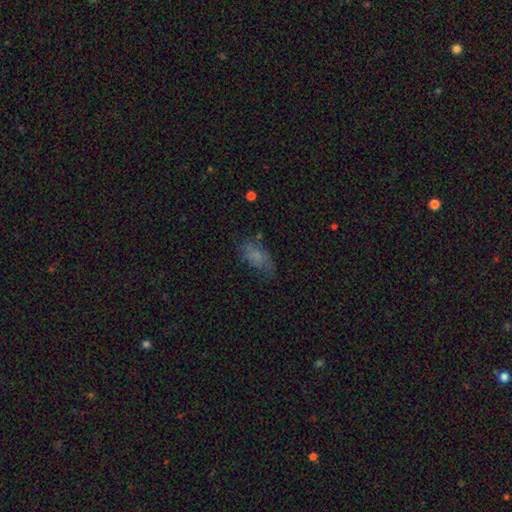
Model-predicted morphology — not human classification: Smooth or featured: smooth — 65% (featured or disk — 23%)
How rounded: in between — 88% (cigar-shaped — 7%)
Merging: none — 53% (minor disturbance — 28%)